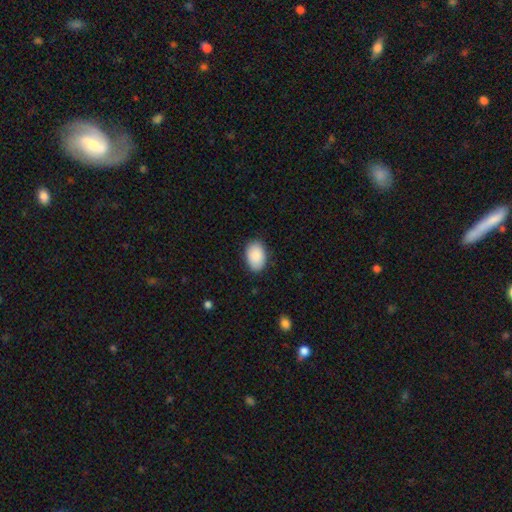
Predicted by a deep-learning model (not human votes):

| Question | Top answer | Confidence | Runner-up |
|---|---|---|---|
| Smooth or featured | smooth | 89% | star or artifact (6%) |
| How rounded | in between | 89% | round (10%) |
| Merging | none | 84% | minor disturbance (12%) |